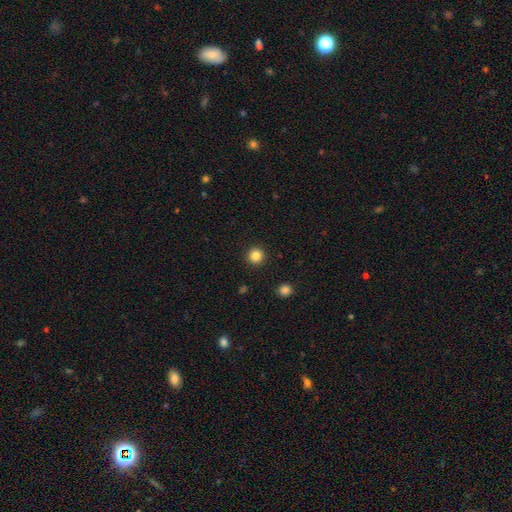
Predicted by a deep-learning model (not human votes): Smooth or featured: smooth — 84% (star or artifact — 11%)
How rounded: round — 95% (in between — 4%)
Merging: none — 93% (minor disturbance — 4%)